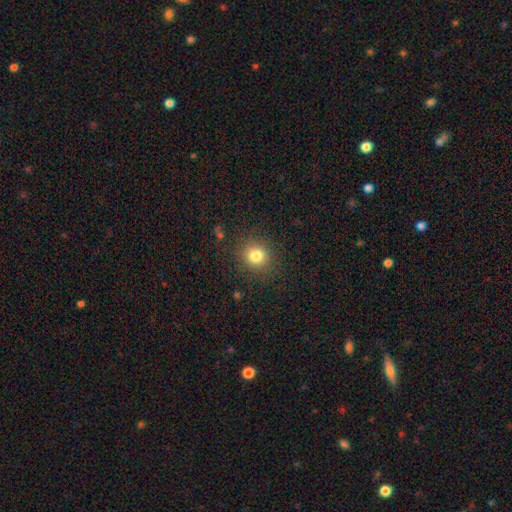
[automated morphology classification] smooth 81%, star or artifact 13%, featured or disk 6%. Down the decision tree: how rounded — round (86%); merging — none (87%).